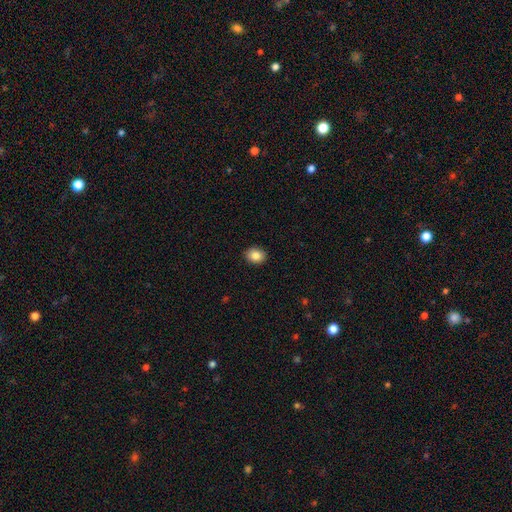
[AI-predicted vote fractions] Smooth or featured: smooth — 85% (star or artifact — 9%)
How rounded: in between — 54% (round — 45%)
Merging: none — 91% (minor disturbance — 7%)